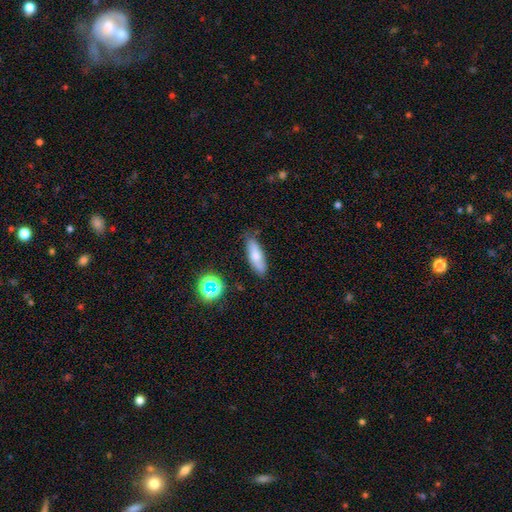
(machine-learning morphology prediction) smooth_or_featured: smooth (p=0.70) [alt: featured or disk p=0.21]
how_rounded: in between (p=0.51) [alt: cigar-shaped p=0.46]
merging: none (p=0.77) [alt: minor disturbance p=0.17]